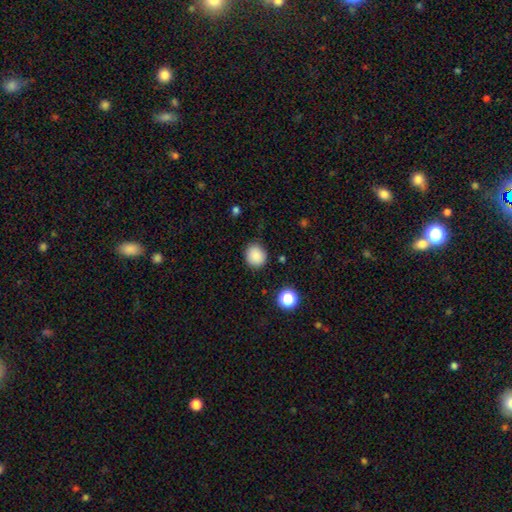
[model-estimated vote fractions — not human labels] smooth 86%, star or artifact 10%, featured or disk 4%. Down the decision tree: how rounded — round (83%); merging — none (85%).